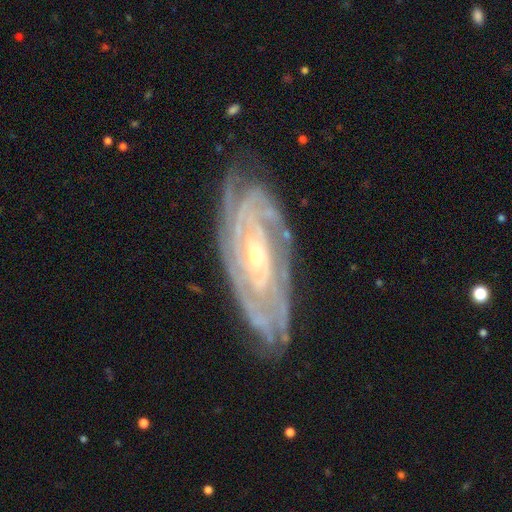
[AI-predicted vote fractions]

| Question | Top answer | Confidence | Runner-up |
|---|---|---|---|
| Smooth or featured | featured or disk | 89% | smooth (6%) |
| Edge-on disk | no | 91% | yes (9%) |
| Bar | no | 57% | weak (28%) |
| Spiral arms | yes | 97% | no (3%) |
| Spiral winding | tight | 81% | medium (16%) |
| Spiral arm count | can't tell | 33% | 4 (18%) |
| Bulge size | small | 62% | moderate (35%) |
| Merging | none | 79% | minor disturbance (16%) |